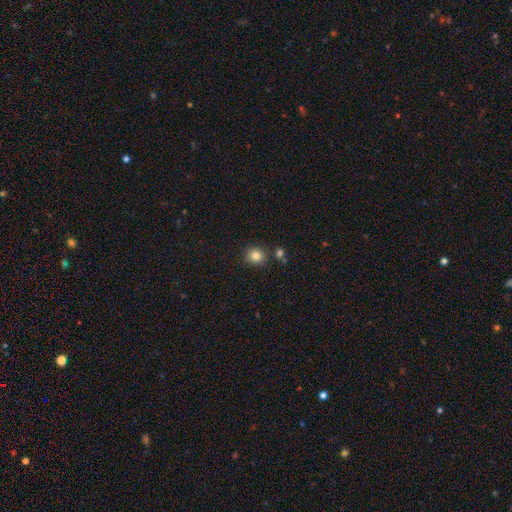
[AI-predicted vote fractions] smooth 83%, star or artifact 11%, featured or disk 6%. Down the decision tree: how rounded — round (84%); merging — none (83%).